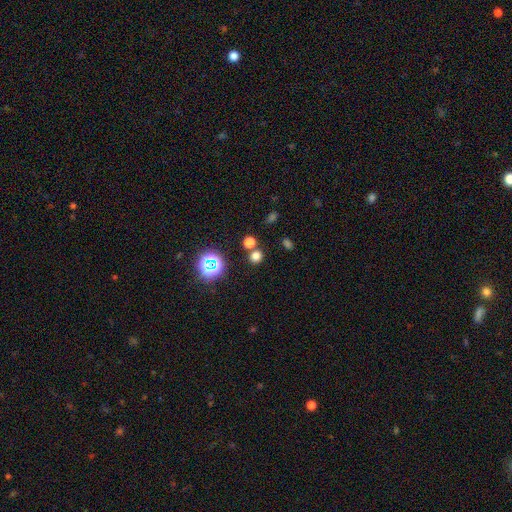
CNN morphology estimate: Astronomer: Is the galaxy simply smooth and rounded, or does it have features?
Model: smooth — 67%.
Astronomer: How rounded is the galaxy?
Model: round — 86%.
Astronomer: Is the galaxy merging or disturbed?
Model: none — 74%.